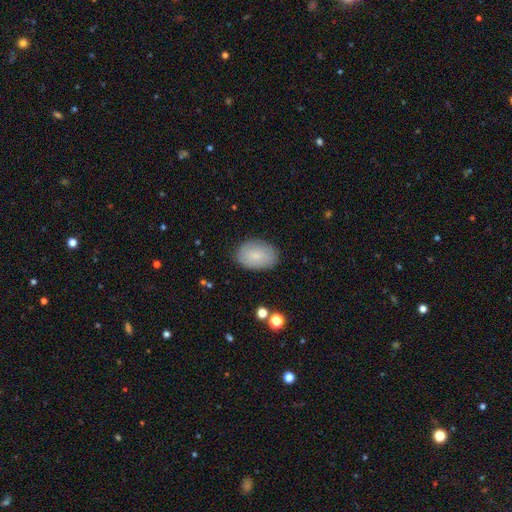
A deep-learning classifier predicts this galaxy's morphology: The model was most divided on "smooth or featured": smooth: 82%, featured or disk: 11%, star or artifact: 7%. More confident: how rounded — in between (85%); merging — none (84%).